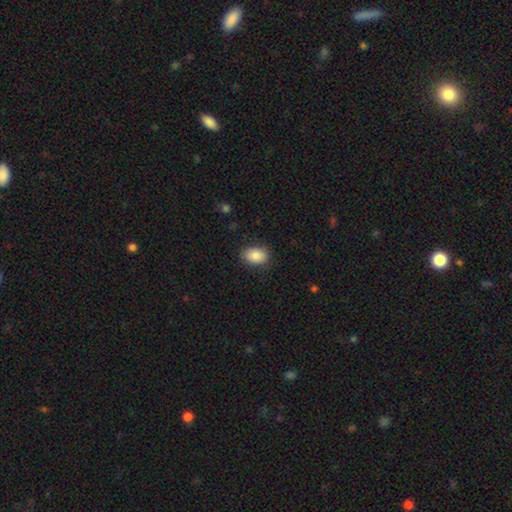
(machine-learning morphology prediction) A smooth galaxy with no disk features (84%) that is in between round and cigar-shaped (83%).

Vote fractions:
- Smooth or featured? smooth: 84% / featured or disk: 9% / star or artifact: 8%
- How rounded? in between: 83% / round: 16% / cigar-shaped: 1%
- Merging? none: 82% / minor disturbance: 14% / major disturbance: 3% / merger: 1%